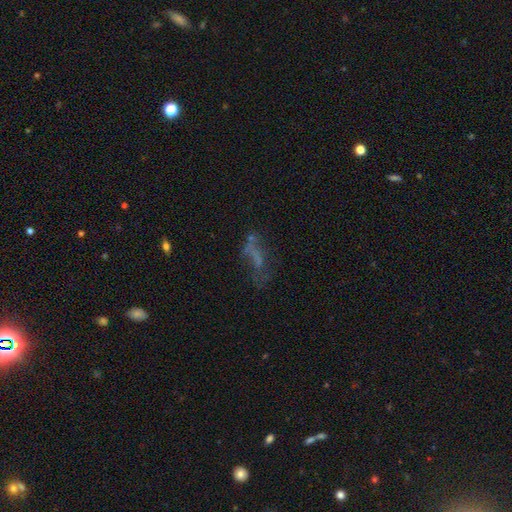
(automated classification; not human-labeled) The model was most divided on "smooth or featured": featured or disk: 40%, smooth: 38%, star or artifact: 23%. Remaining: merging — none (39%).